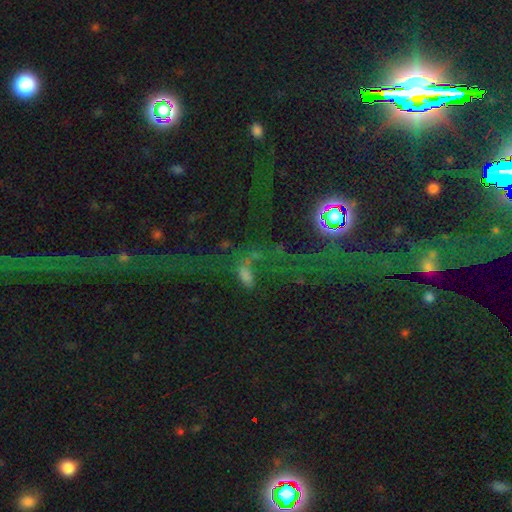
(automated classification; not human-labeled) The model was most divided on "smooth or featured": star or artifact: 48%, featured or disk: 31%, smooth: 21%.